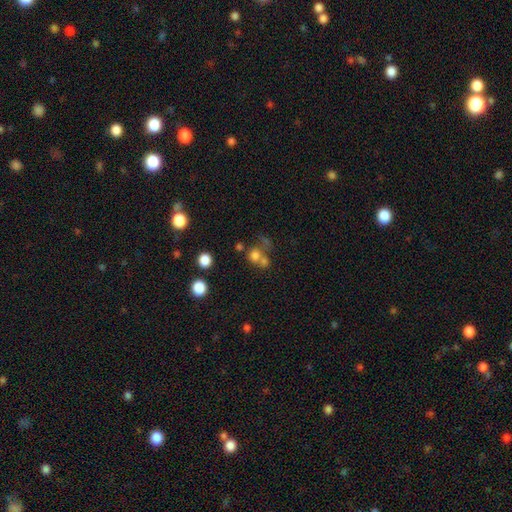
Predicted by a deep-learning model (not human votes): Q: Smooth or featured?
A: smooth (70%); runner-up: star or artifact (18%)
Q: How rounded?
A: round (86%); runner-up: in between (13%)
Q: Merging?
A: none (44%); tied with: merger (44%)